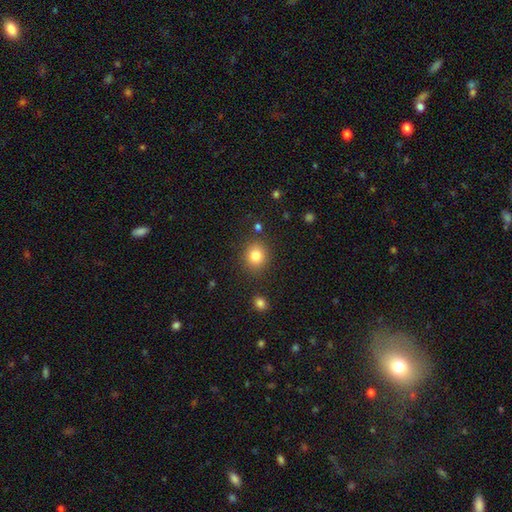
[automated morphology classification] Smooth or featured: smooth — 83% (star or artifact — 11%)
How rounded: round — 81% (in between — 19%)
Merging: none — 85% (minor disturbance — 9%)